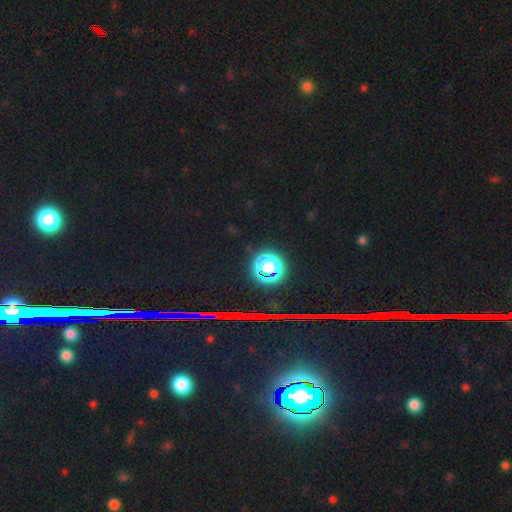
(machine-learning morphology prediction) This appears to be a star or artifact, not a galaxy (80%).